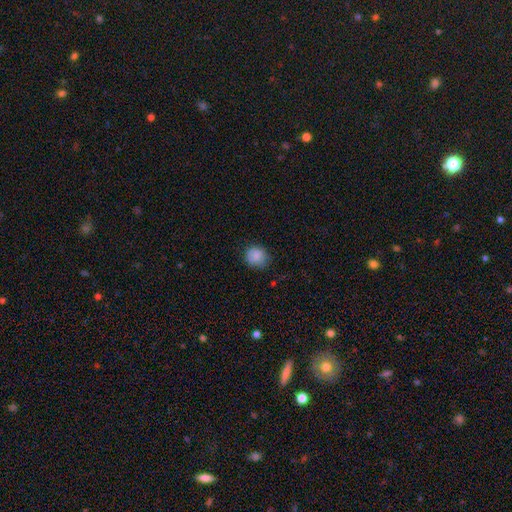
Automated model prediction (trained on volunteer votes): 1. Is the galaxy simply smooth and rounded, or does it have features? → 86% smooth, 9% star or artifact, 5% featured or disk.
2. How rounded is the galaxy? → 84% round, 15% in between, 1% cigar-shaped.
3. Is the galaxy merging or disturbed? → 76% none, 19% minor disturbance, 4% major disturbance, 1% merger.